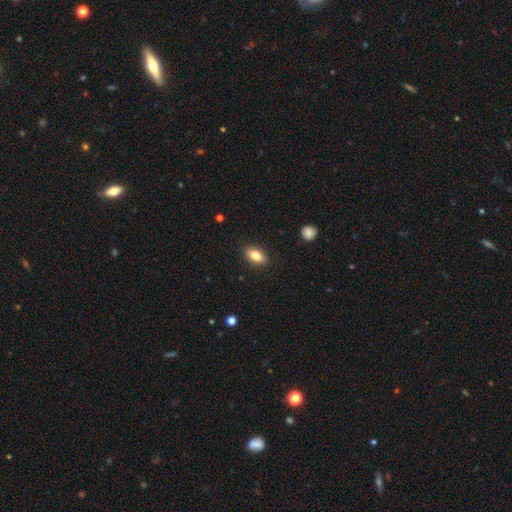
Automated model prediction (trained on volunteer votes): smooth 81%, featured or disk 11%, star or artifact 8%. Down the decision tree: how rounded — in between (87%); merging — none (89%).